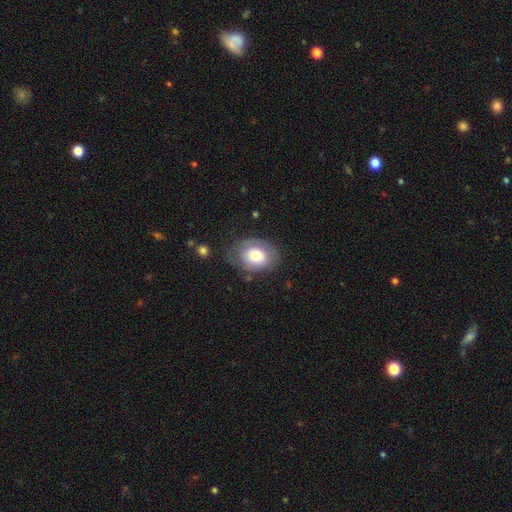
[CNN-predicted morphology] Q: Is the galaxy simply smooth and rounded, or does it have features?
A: smooth — 71%.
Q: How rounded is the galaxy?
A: in between — 66%.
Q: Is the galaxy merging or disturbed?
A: none — 68%.